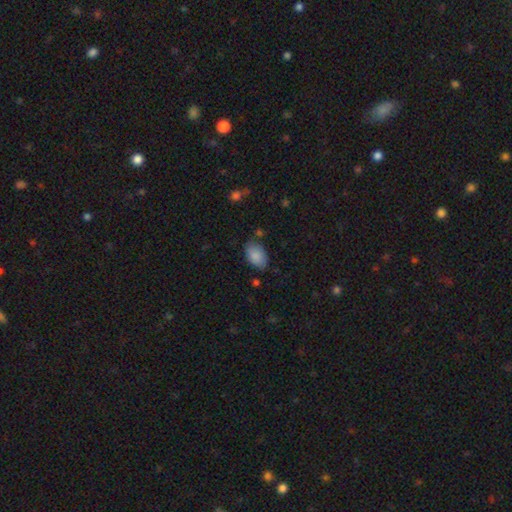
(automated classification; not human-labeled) smooth 87%, star or artifact 7%, featured or disk 6%. Down the decision tree: how rounded — in between (92%); merging — none (75%).